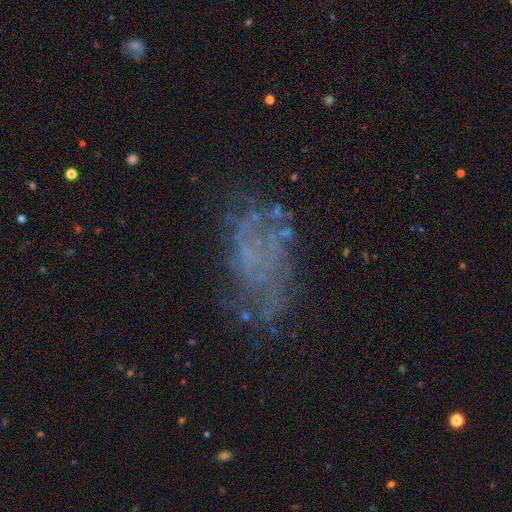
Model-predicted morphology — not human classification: Smooth or featured?
  - featured or disk: 59% *
  - smooth: 22%
  - star or artifact: 19%
Edge-on disk?
  - no: 96% *
  - yes: 4%
Bar?
  - no: 88% *
  - weak: 9%
  - strong: 3%
Spiral arms?
  - no: 62% *
  - yes: 38%
Bulge size?
  - none: 80% *
  - small: 14%
  - moderate: 4%
  - large: 2%
  - dominant: 1%
Merging?
  - none: 58% *
  - major disturbance: 20%
  - minor disturbance: 19%
  - merger: 3%